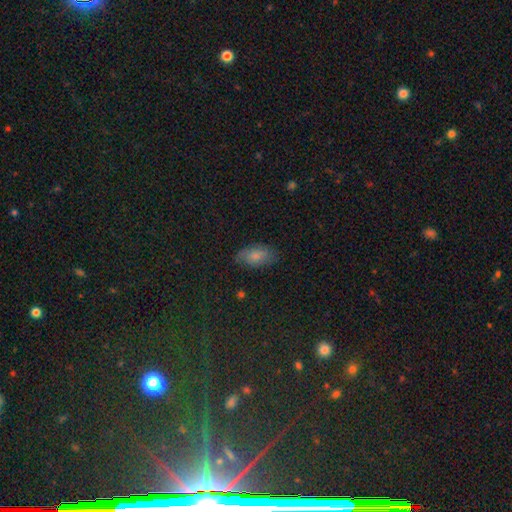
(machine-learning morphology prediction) This appears to be a smooth galaxy with no disk features (72%) that is in between round and cigar-shaped (93%). Merging: none (74%).